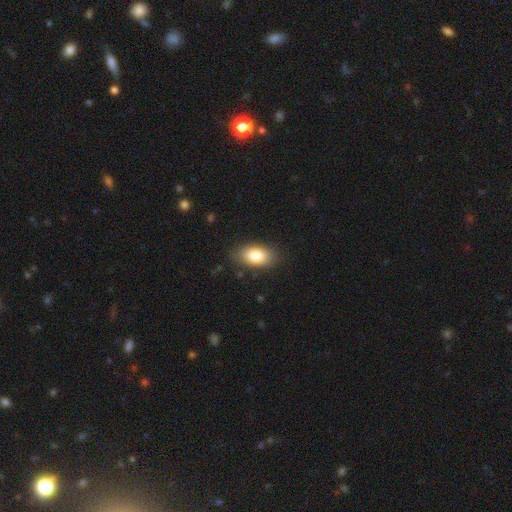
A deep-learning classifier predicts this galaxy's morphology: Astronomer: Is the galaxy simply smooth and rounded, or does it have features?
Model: smooth — 82%.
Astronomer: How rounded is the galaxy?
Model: in between — 92%.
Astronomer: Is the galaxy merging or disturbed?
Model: none — 84%.